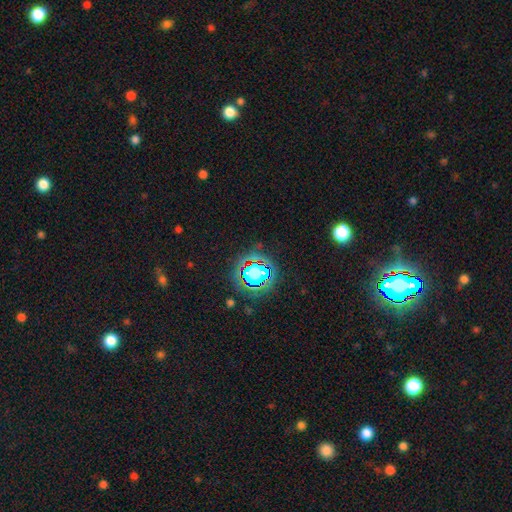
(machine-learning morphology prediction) Smooth or featured?
  - star or artifact: 81% *
  - smooth: 11%
  - featured or disk: 7%